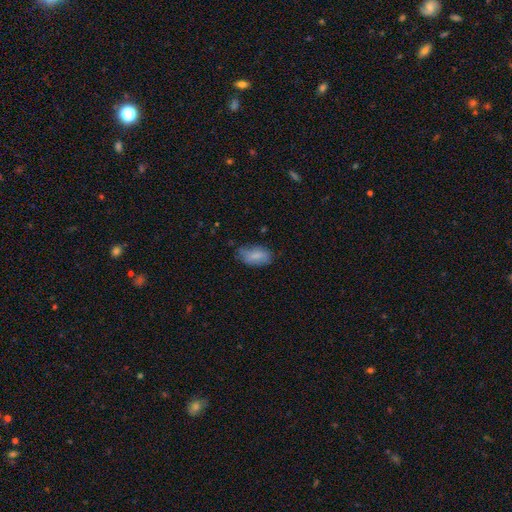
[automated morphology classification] smooth 79%, featured or disk 14%, star or artifact 7%. Down the decision tree: how rounded — in between (91%); merging — none (62%).